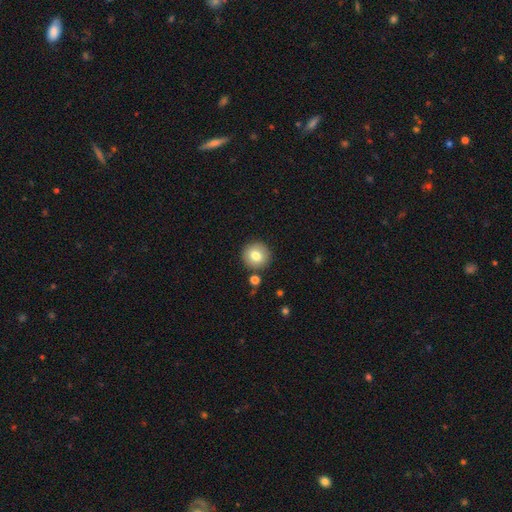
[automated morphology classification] This is likely a smooth galaxy (78%). How rounded: clearly round (94%). Merging: clearly none (87%).